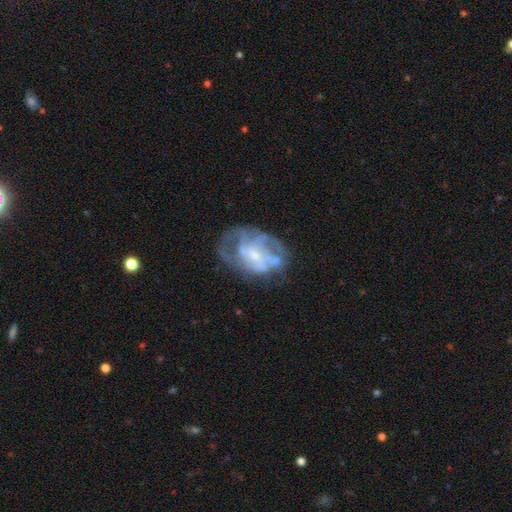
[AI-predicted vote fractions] smooth-or-featured: featured or disk: 73% | smooth: 18% | star or artifact: 9%
  disk-edge-on: no: 97% | yes: 3%
    bar: no: 64% | weak: 30% | strong: 6%
    has-spiral-arms: yes: 58% | no: 42%
    bulge-size: small: 57% | moderate: 27% | none: 12% | large: 2% | dominant: 1%
  merging: none: 47% | major disturbance: 27% | minor disturbance: 23% | merger: 4%